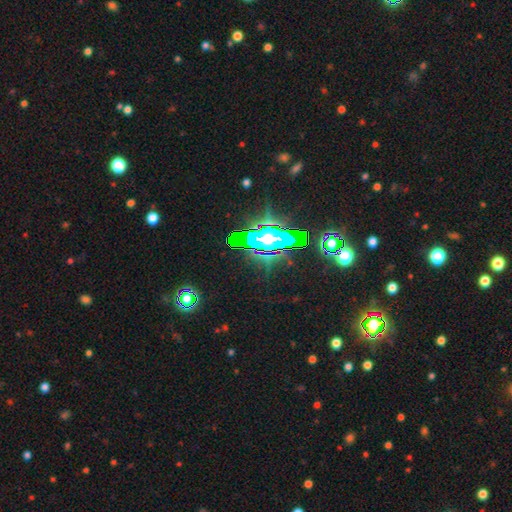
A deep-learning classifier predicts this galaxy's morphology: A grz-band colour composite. It shows a star or artifact, not a galaxy (78%).